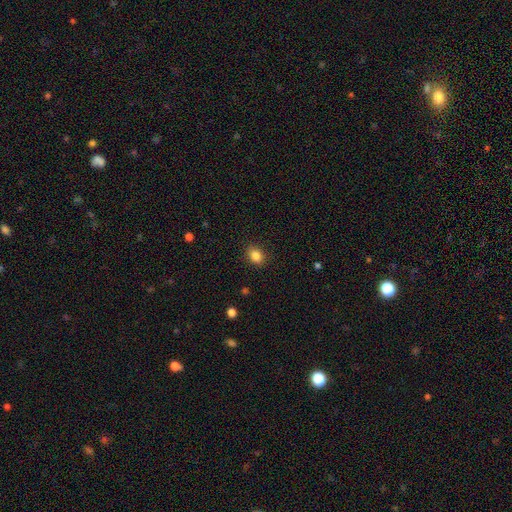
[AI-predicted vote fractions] A smooth galaxy with no disk features (85%) that is in between round and cigar-shaped (55%). Merging: none (89%).